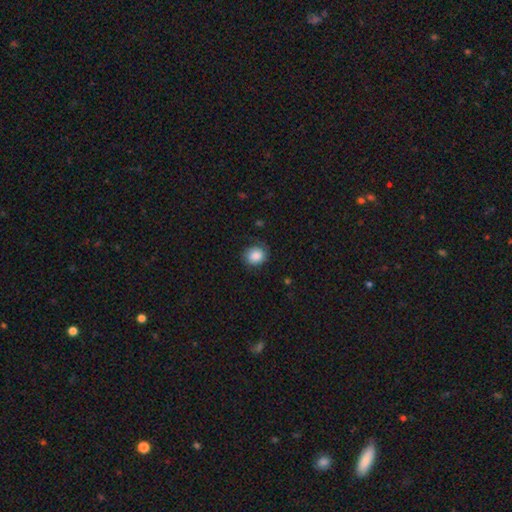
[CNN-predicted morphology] Smooth or featured: smooth — 84% (star or artifact — 8%)
How rounded: round — 72% (in between — 27%)
Merging: none — 74% (minor disturbance — 19%)